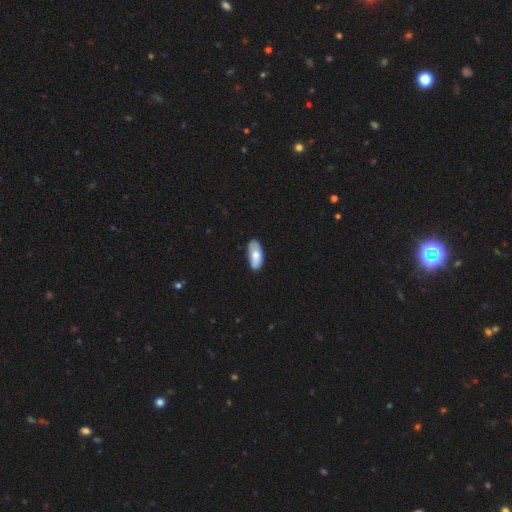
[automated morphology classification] smooth_or_featured: smooth (p=0.73) [alt: featured or disk p=0.21]
how_rounded: in between (p=0.89) [alt: cigar-shaped p=0.09]
merging: none (p=0.77) [alt: minor disturbance p=0.18]